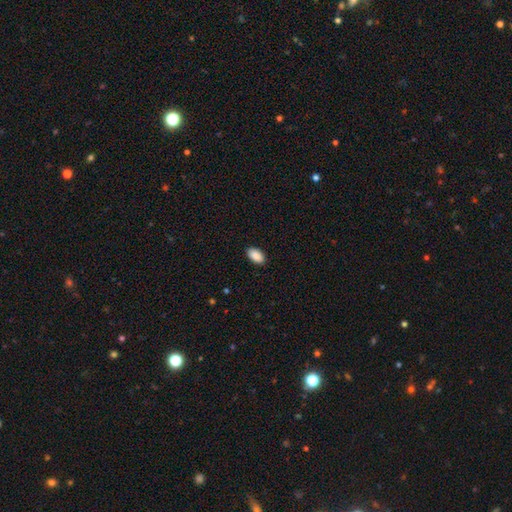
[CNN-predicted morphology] A smooth galaxy with no disk features (91%) that is in between round and cigar-shaped (95%).

Vote fractions:
- Smooth or featured? smooth: 91% / star or artifact: 7% / featured or disk: 2%
- How rounded? in between: 95% / round: 4% / cigar-shaped: 2%
- Merging? none: 90% / minor disturbance: 8% / major disturbance: 2% / merger: 1%